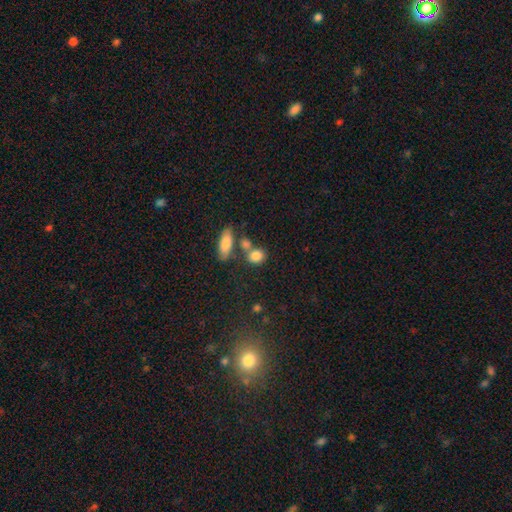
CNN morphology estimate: smooth-or-featured: smooth: 83% | star or artifact: 9% | featured or disk: 8%
  how-rounded: round: 51% | in between: 45% | cigar-shaped: 4%
  merging: none: 53% | merger: 29% | minor disturbance: 13% | major disturbance: 5%